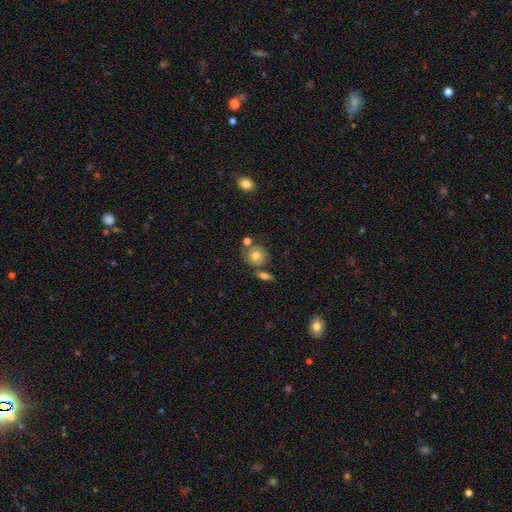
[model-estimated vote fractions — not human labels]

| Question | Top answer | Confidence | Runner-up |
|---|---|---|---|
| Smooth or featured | smooth | 68% | featured or disk (23%) |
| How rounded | round | 84% | in between (15%) |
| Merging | none | 59% | merger (20%) |